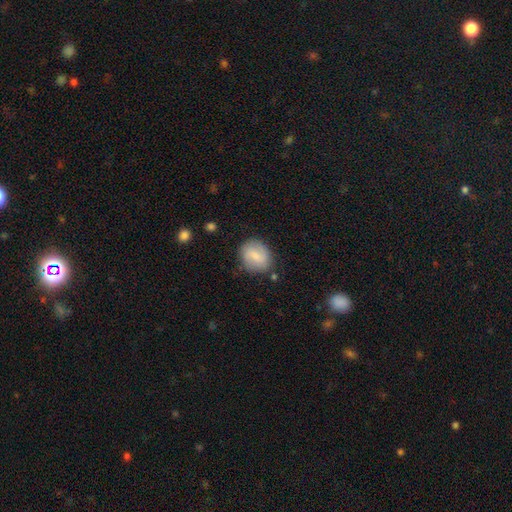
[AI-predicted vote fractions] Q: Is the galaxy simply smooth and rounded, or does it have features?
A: smooth — 67%.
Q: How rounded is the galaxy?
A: round — 64%.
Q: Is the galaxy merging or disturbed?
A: none — 79%.